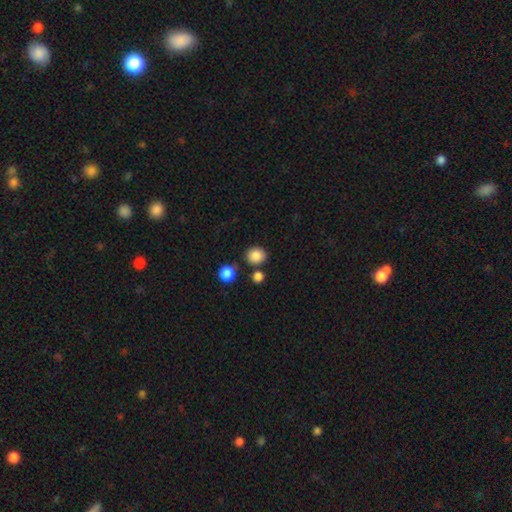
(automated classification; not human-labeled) This appears to be a smooth galaxy with no disk features (85%) that is round (73%). Merging: none (78%).